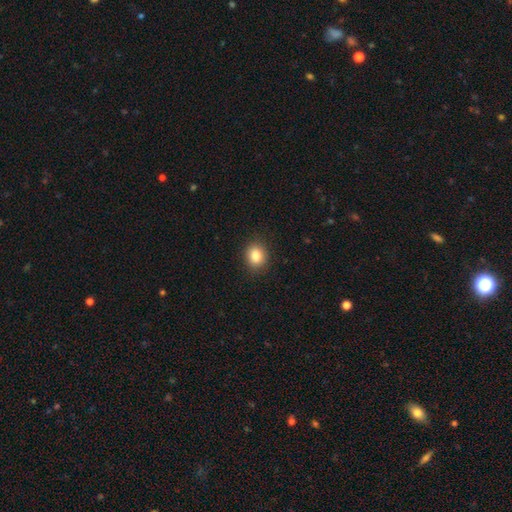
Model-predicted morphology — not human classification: Smooth or featured?
  - smooth: 85% *
  - star or artifact: 10%
  - featured or disk: 5%
How rounded?
  - round: 59% *
  - in between: 40%
  - cigar-shaped: 1%
Merging?
  - none: 88% *
  - minor disturbance: 9%
  - major disturbance: 2%
  - merger: 1%